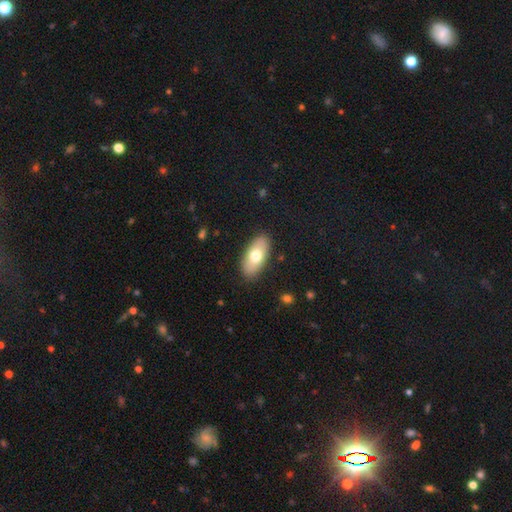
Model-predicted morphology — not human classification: This is likely a smooth galaxy (70%). How rounded: clearly in between (89%). Merging: clearly none (88%).